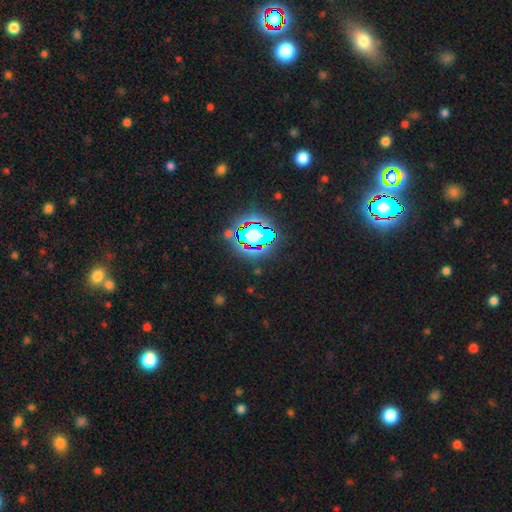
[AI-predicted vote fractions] Morphology: type=star or artifact (81%).